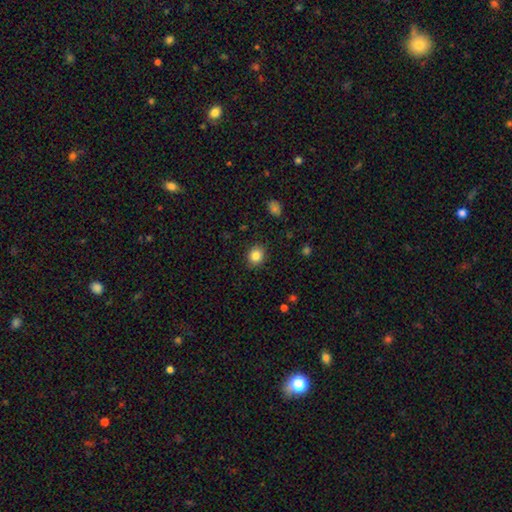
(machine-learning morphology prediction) Smooth or featured? smooth (84%)
How rounded? round (70%)
Merging? none (88%)